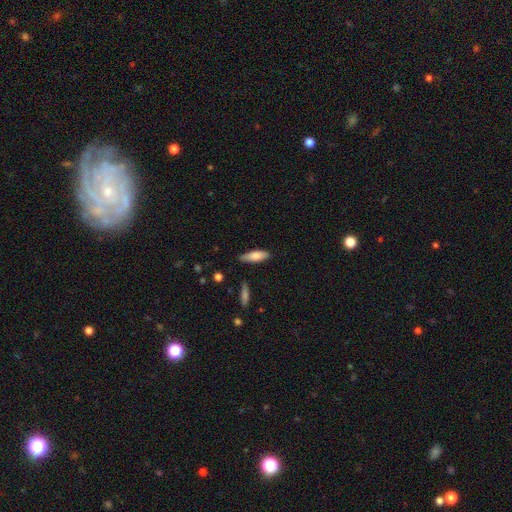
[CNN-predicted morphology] Smooth or featured?
  - smooth: 78% *
  - featured or disk: 16%
  - star or artifact: 6%
How rounded?
  - in between: 56% *
  - cigar-shaped: 43%
  - round: 2%
Merging?
  - none: 81% *
  - minor disturbance: 15%
  - major disturbance: 3%
  - merger: 2%